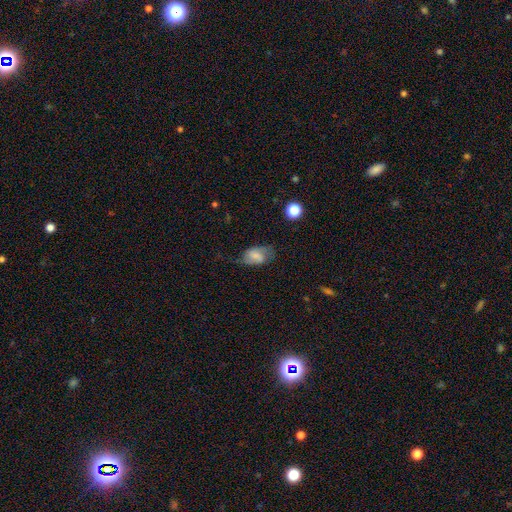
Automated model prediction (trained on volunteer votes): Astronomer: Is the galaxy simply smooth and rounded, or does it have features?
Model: smooth — 54% (runner-up: featured or disk, 37%).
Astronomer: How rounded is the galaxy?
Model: in between — 86%.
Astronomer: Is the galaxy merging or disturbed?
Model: none — 56%.